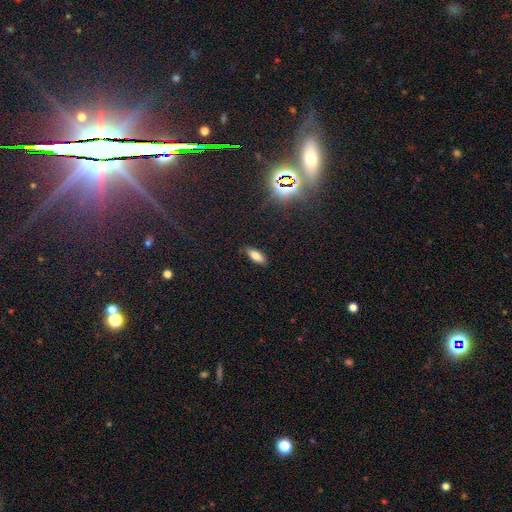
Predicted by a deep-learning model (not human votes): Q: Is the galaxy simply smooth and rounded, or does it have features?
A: smooth — 76%.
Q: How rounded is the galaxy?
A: in between — 71%.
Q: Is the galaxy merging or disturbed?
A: none — 87%.